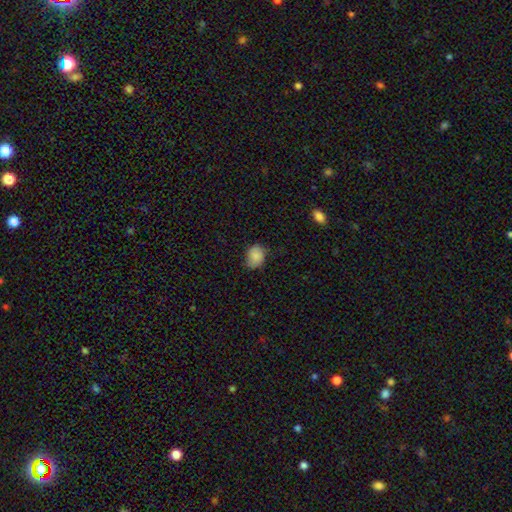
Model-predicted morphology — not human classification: The model was most divided on "how rounded": in between: 63%, round: 36%, cigar-shaped: 1%. More confident: smooth or featured — smooth (86%); merging — none (70%).